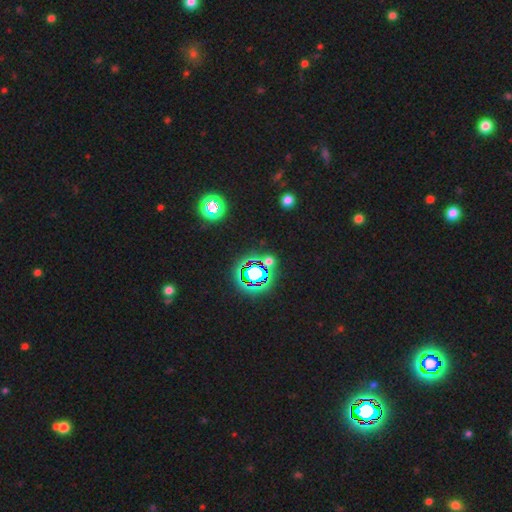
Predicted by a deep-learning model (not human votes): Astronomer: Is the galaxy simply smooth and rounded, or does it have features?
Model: star or artifact — 80%.